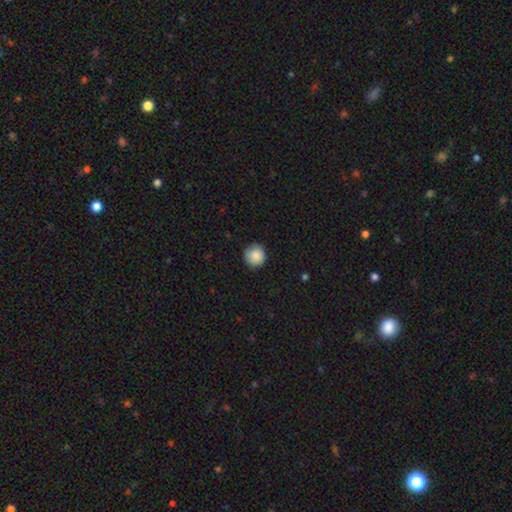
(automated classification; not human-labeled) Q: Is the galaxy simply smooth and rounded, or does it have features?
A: smooth — 87%.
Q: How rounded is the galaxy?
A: round — 95%.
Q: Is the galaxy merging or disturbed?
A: none — 88%.